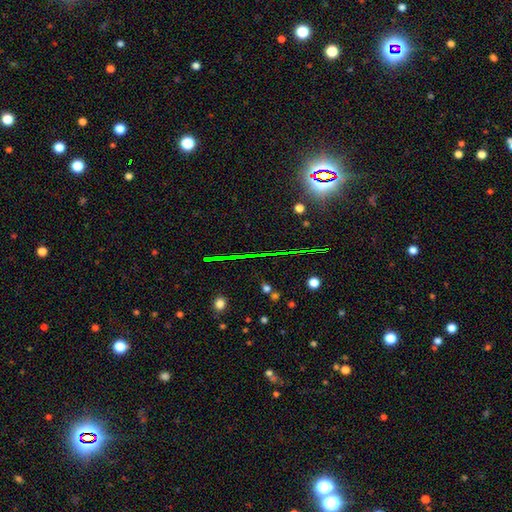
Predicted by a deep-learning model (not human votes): Smooth or featured: star or artifact — 66% (smooth — 18%)